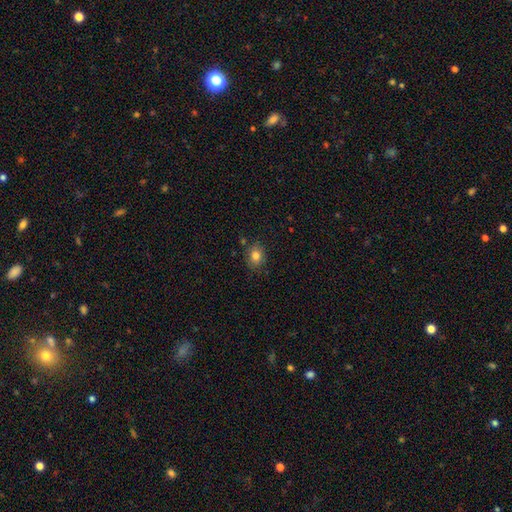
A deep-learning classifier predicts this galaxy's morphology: type=smooth (82%); roundness=round (54%); merging=none (80%).